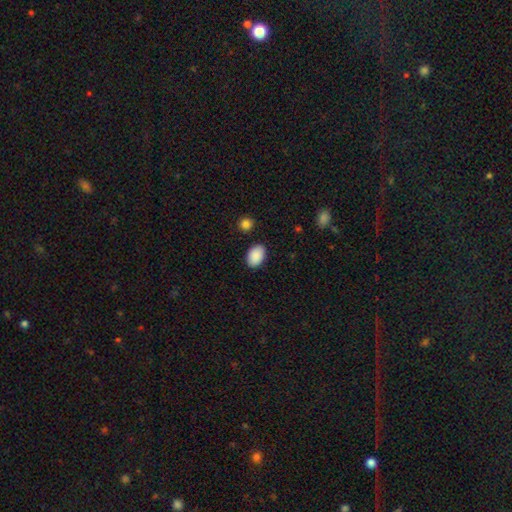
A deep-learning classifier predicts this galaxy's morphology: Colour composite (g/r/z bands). It shows a smooth galaxy with no disk features (90%) that is in between round and cigar-shaped (88%). Merging: none (87%).